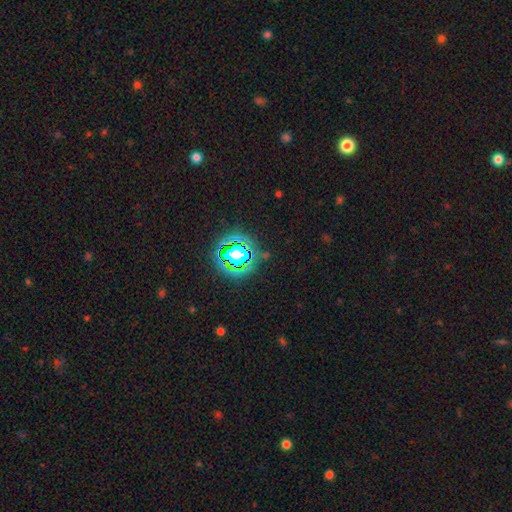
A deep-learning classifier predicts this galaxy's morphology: This appears to be a star or artifact, not a galaxy (78%).